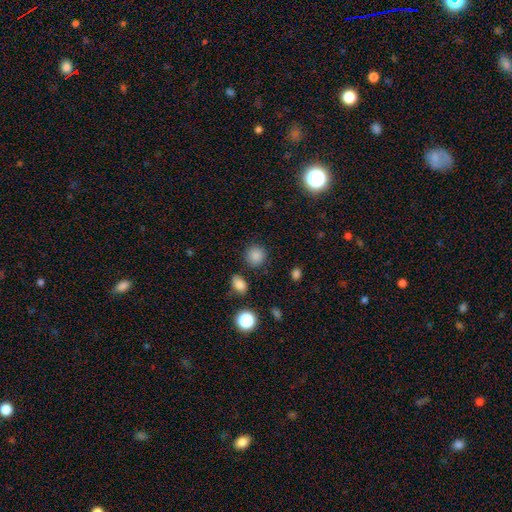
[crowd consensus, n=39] smooth-or-featured: smooth: 85% | star or artifact: 10% | featured or disk: 5%
  how-rounded: round: 82% | in between: 18% | cigar-shaped: 0%
  merging: none: 86% | minor disturbance: 11% | major disturbance: 3% | merger: 0%